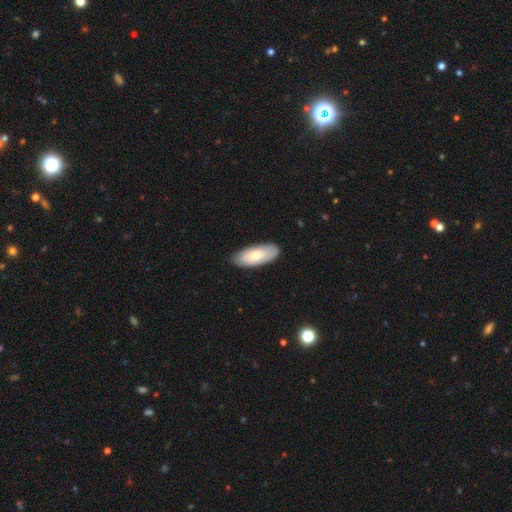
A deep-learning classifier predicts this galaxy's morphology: The model was most divided on "smooth or featured": smooth: 69%, featured or disk: 25%, star or artifact: 5%. More confident: merging — none (87%); how rounded — in between (83%).